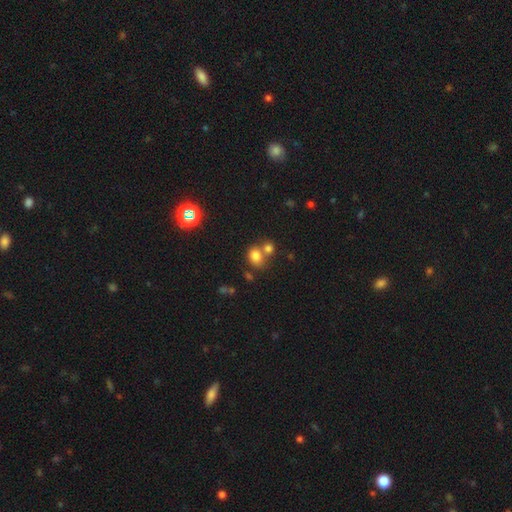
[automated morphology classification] smooth-or-featured: smooth: 78% | star or artifact: 13% | featured or disk: 9%
  how-rounded: round: 56% | in between: 43% | cigar-shaped: 1%
  merging: none: 46% | merger: 40% | minor disturbance: 10% | major disturbance: 4%